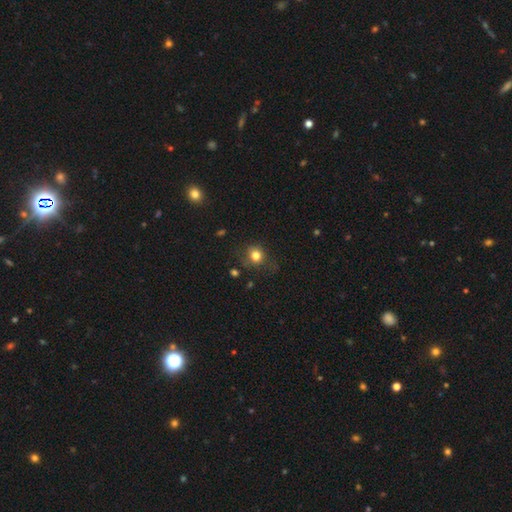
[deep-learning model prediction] Smooth or featured: smooth — 79% (star or artifact — 13%)
How rounded: round — 79% (in between — 20%)
Merging: none — 67% (minor disturbance — 21%)